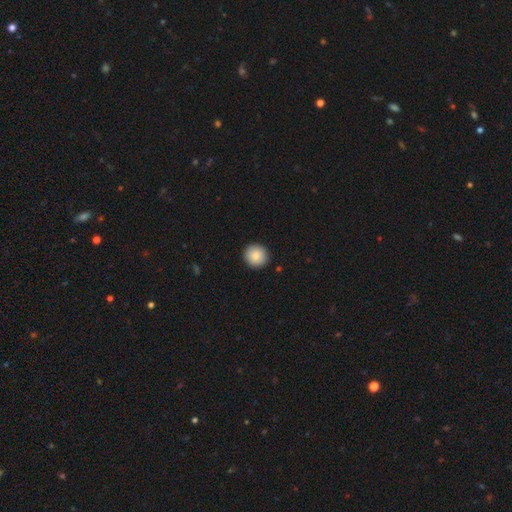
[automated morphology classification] smooth-or-featured: smooth: 87% | star or artifact: 7% | featured or disk: 6%
  how-rounded: round: 91% | in between: 8% | cigar-shaped: 1%
  merging: none: 92% | minor disturbance: 6% | major disturbance: 2% | merger: 1%